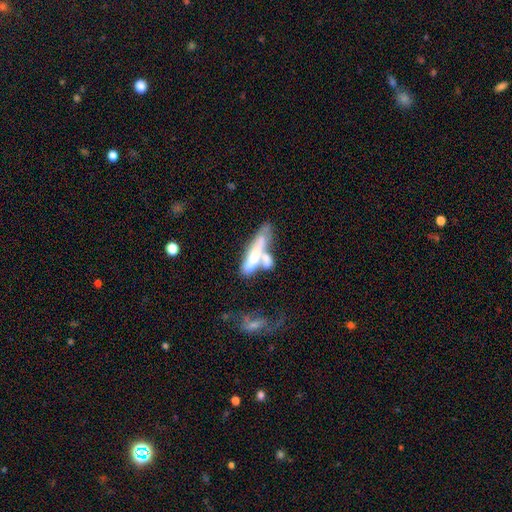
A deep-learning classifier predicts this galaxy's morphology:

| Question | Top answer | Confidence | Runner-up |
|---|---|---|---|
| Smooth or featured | smooth | 57% | featured or disk (36%) |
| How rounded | cigar-shaped | 64% | in between (34%) |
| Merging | merger | 57% | none (20%) |